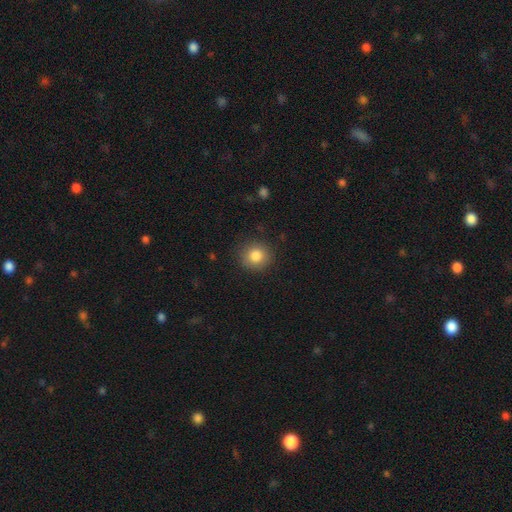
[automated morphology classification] A smooth galaxy with no disk features (84%) that is round (90%).

Vote fractions:
- Smooth or featured? smooth: 84% / star or artifact: 10% / featured or disk: 6%
- How rounded? round: 90% / in between: 9% / cigar-shaped: 1%
- Merging? none: 87% / minor disturbance: 9% / major disturbance: 3% / merger: 1%